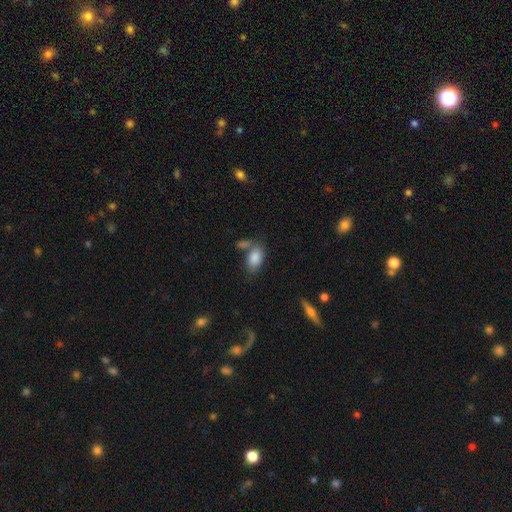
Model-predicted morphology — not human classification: A smooth galaxy with no disk features (84%) that is in between round and cigar-shaped (92%). Merging: none (53%).